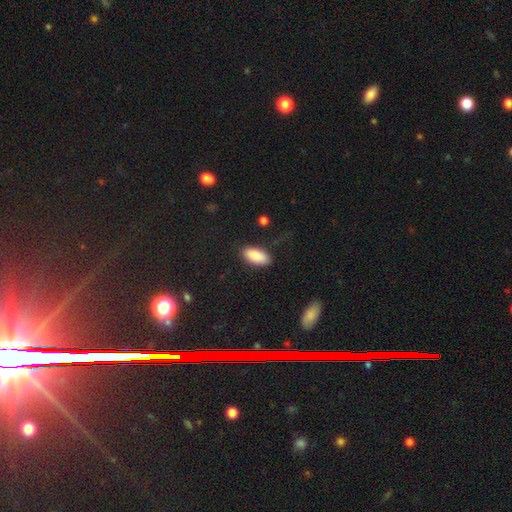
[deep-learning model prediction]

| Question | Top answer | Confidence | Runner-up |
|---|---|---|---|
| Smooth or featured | smooth | 89% | star or artifact (6%) |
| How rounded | in between | 91% | cigar-shaped (7%) |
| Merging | none | 85% | minor disturbance (10%) |